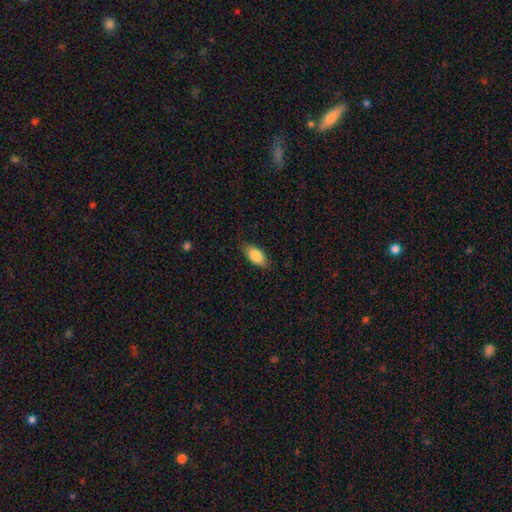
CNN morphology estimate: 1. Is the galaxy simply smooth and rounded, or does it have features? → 83% smooth, 10% featured or disk, 7% star or artifact.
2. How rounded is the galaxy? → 89% in between, 7% cigar-shaped, 4% round.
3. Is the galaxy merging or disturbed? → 82% none, 14% minor disturbance, 3% major disturbance, 1% merger.